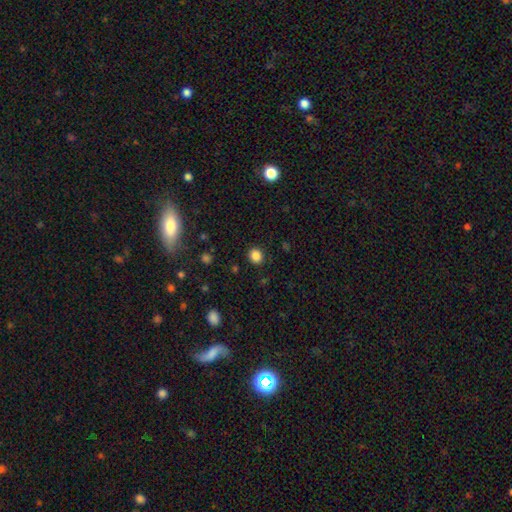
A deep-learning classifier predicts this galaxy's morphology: A smooth galaxy with no disk features (85%) that is round (76%).

Vote fractions:
- Smooth or featured? smooth: 85% / star or artifact: 12% / featured or disk: 4%
- How rounded? round: 76% / in between: 23% / cigar-shaped: 1%
- Merging? none: 89% / minor disturbance: 7% / major disturbance: 2% / merger: 1%